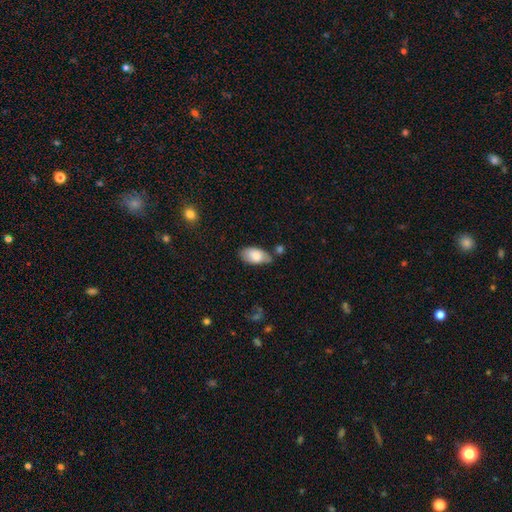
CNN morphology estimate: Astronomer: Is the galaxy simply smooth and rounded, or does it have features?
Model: smooth — 82%.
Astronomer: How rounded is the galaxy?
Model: in between — 94%.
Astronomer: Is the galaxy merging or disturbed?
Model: none — 58%.